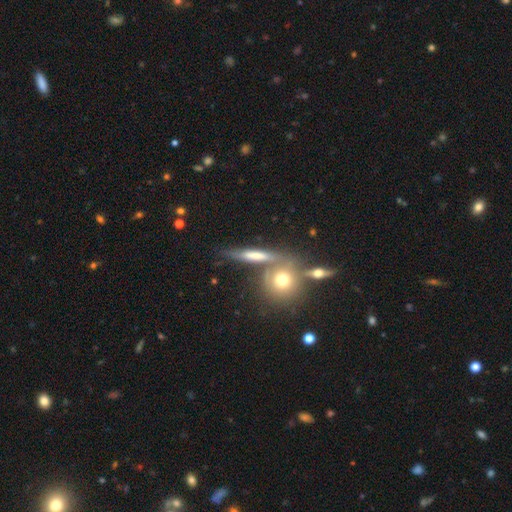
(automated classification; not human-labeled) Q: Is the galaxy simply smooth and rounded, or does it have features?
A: smooth — 58%.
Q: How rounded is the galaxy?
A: cigar-shaped — 58%.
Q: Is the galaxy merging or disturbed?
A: none — 58%.